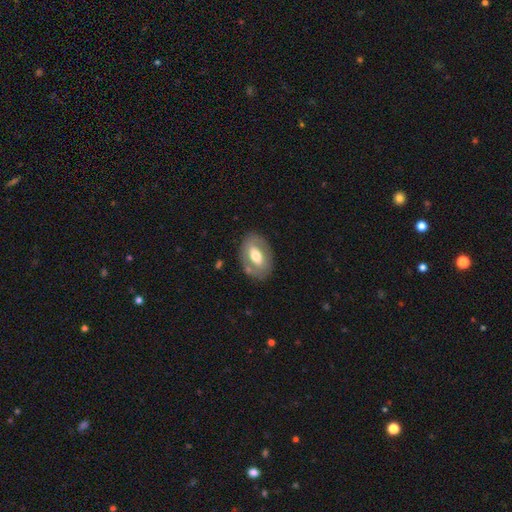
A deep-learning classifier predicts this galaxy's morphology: This is possibly a featured or disk galaxy (48%). Merging: likely none (77%).